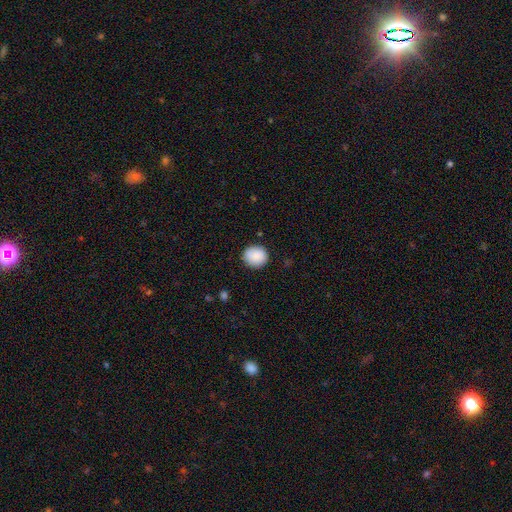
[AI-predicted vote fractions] A smooth galaxy with no disk features (89%) that is round (86%). Merging: none (88%).